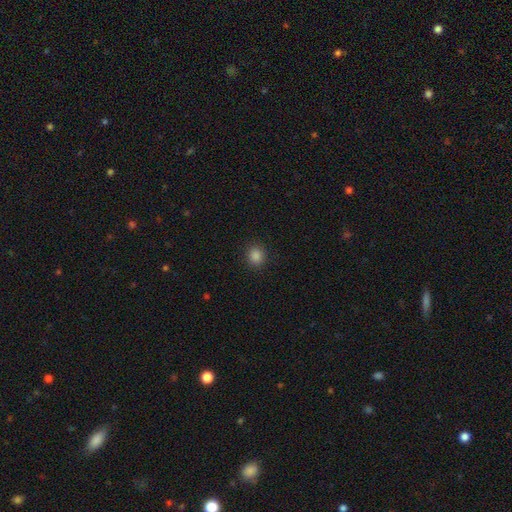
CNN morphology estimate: This appears to be a smooth galaxy with no disk features (85%) that is round (84%). Merging: none (91%).